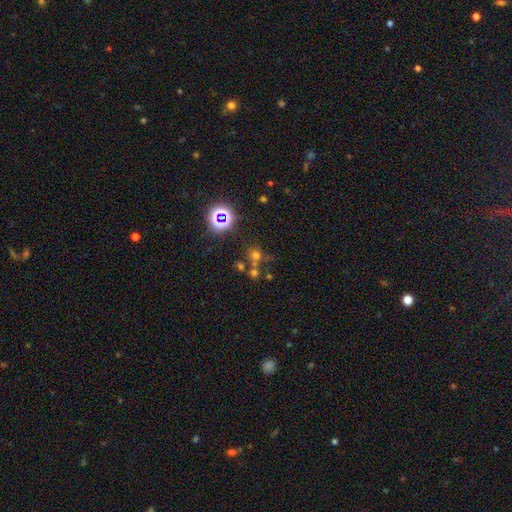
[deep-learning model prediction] The model was most divided on "smooth or featured": smooth: 51%, star or artifact: 37%, featured or disk: 11%. More confident: how rounded — round (88%); merging — none (58%).